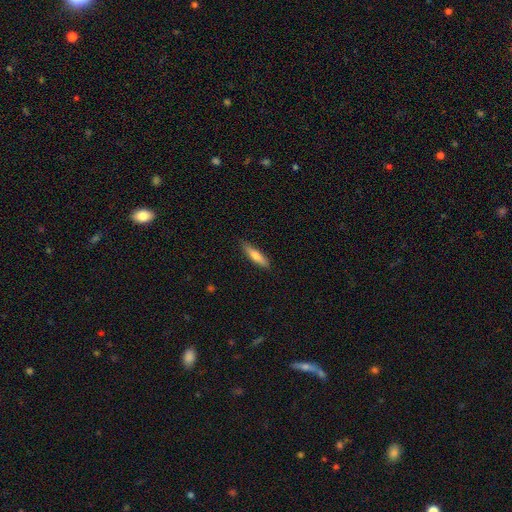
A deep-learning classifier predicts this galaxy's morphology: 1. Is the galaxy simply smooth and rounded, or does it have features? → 69% smooth, 25% featured or disk, 6% star or artifact.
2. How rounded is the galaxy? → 77% cigar-shaped, 22% in between, 2% round.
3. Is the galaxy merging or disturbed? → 87% none, 10% minor disturbance, 2% major disturbance, 1% merger.